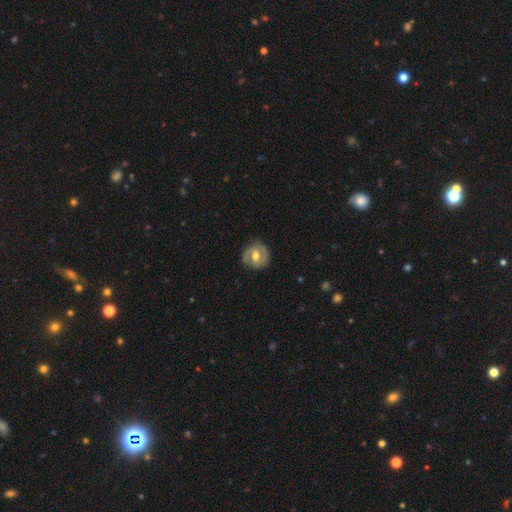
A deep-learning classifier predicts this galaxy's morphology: This is likely a featured or disk galaxy (65%). It is clearly not viewed edge-on (97%). Bar: possibly weak (49%). Spiral arm pattern: likely yes (74%). Central bulge: likely moderate (74%). Merging: clearly none (82%).